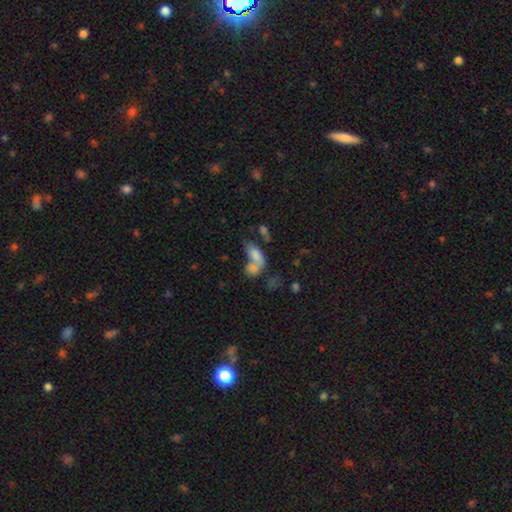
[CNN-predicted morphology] Smooth or featured?
  - smooth: 70% *
  - featured or disk: 17%
  - star or artifact: 13%
How rounded?
  - in between: 84% *
  - round: 9%
  - cigar-shaped: 7%
Merging?
  - merger: 62% *
  - none: 21%
  - major disturbance: 9%
  - minor disturbance: 9%